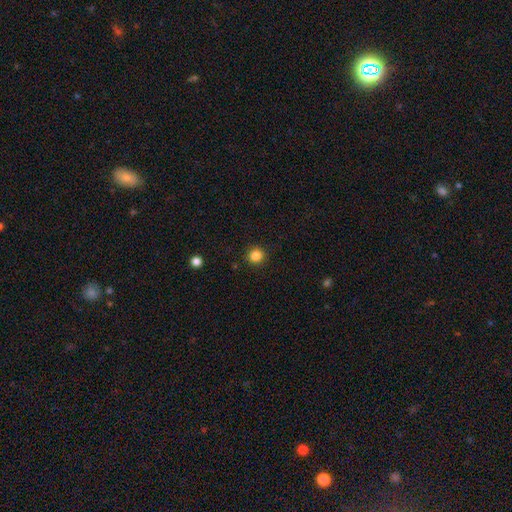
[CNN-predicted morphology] Smooth or featured? smooth (85%)
How rounded? round (92%)
Merging? none (91%)